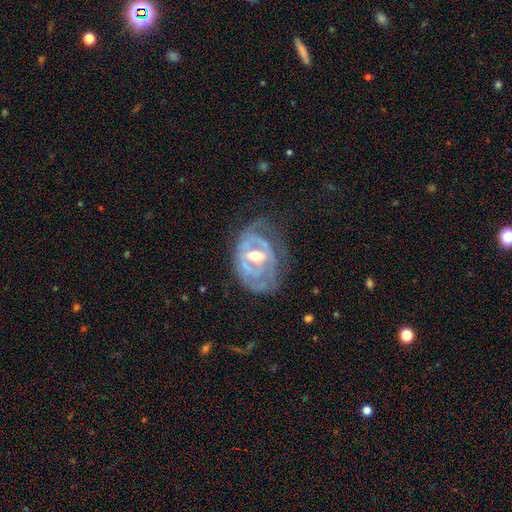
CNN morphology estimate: This is clearly a featured or disk galaxy (85%). It is clearly not viewed edge-on (95%). Bar: marginally weak (42%). Spiral arm pattern: likely yes (79%). Spiral arm count: marginally can't tell (42%). Spiral winding: likely tight (64%). Central bulge: likely moderate (73%). Merging: possibly none (57%).